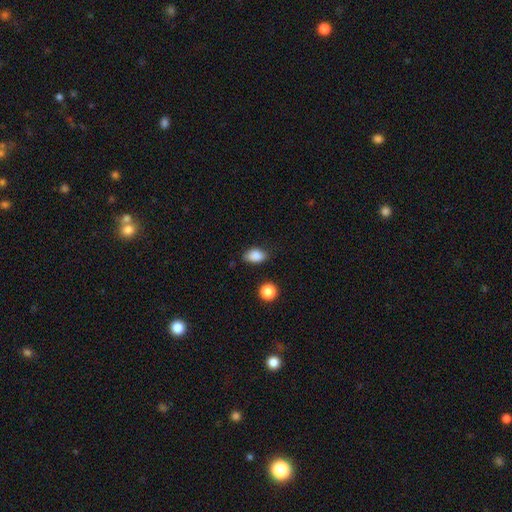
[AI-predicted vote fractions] This is clearly a smooth galaxy (87%). How rounded: clearly in between (86%). Merging: likely none (73%).